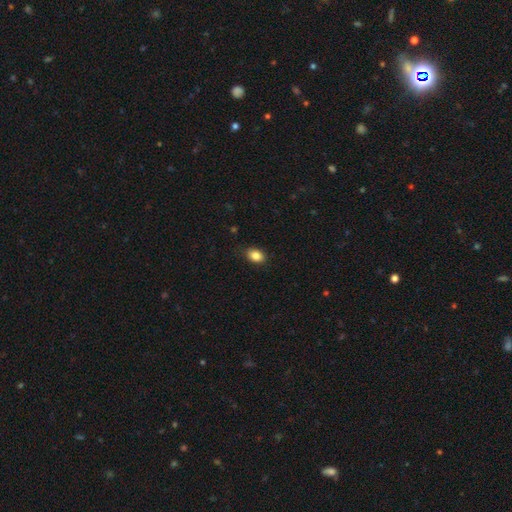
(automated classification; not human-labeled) Q: Smooth or featured?
A: smooth (86%); runner-up: star or artifact (9%)
Q: How rounded?
A: in between (79%); runner-up: round (20%)
Q: Merging?
A: none (85%); runner-up: minor disturbance (11%)